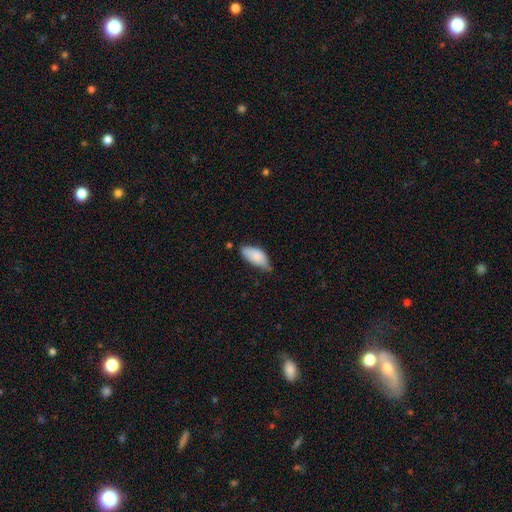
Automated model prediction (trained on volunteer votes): smooth 83%, featured or disk 10%, star or artifact 6%. Down the decision tree: how rounded — in between (91%); merging — minor disturbance (46%).